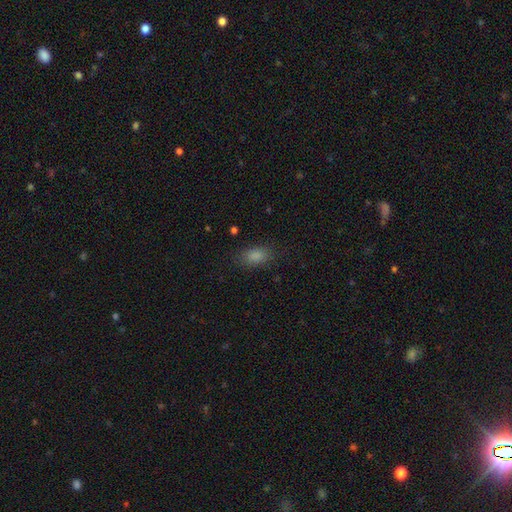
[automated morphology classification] Overall: smooth (85%). How rounded: in between (87%). Merging: none (82%).